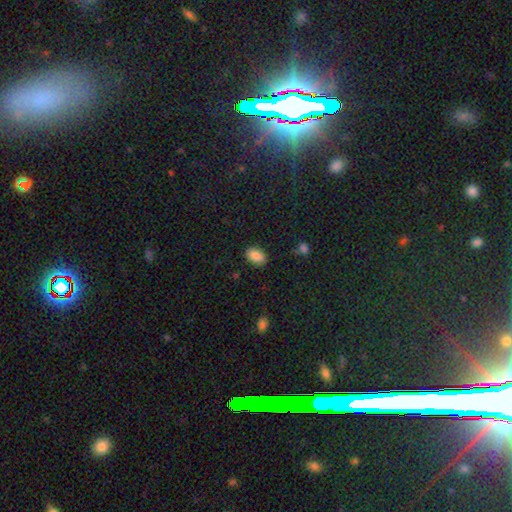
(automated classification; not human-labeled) Smooth or featured? smooth (87%)
How rounded? in between (90%)
Merging? none (85%)